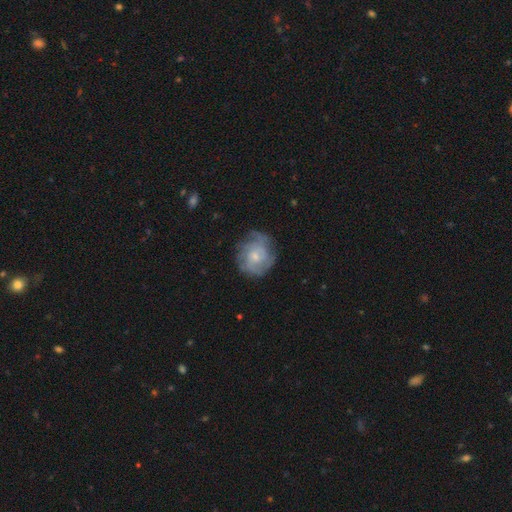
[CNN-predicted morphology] Smooth or featured? Predicted: featured or disk (p=0.65). Edge-on disk? Predicted: no (p=0.97). Bar? Predicted: no (p=0.74). Spiral arms? Predicted: yes (p=0.84). Spiral winding? Predicted: tight (p=0.53). Spiral arm count? Predicted: can't tell (p=0.47). Bulge size? Predicted: small (p=0.56). Merging? Predicted: none (p=0.69).